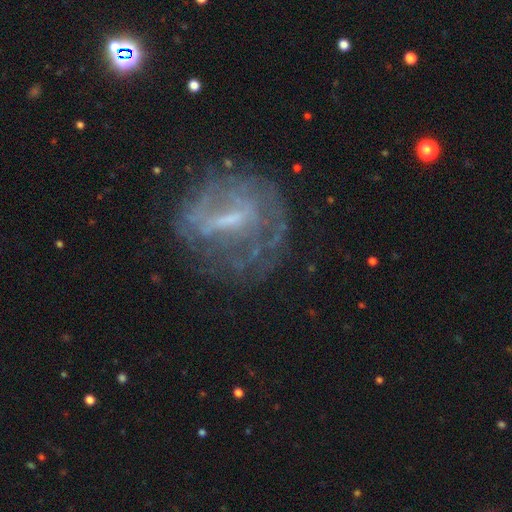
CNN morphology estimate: The model was most divided on "bar": strong: 43%, weak: 41%, no: 16%. Remaining: edge-on disk — no (91%); smooth or featured — featured or disk (73%); merging — none (67%); spiral arms — yes (59%); bulge size — small (45%).